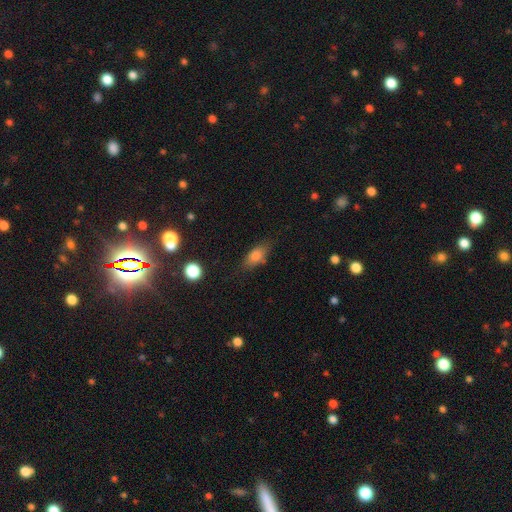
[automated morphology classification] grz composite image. It shows a smooth galaxy with no disk features (79%) that is in between round and cigar-shaped (81%). Merging: none (72%).